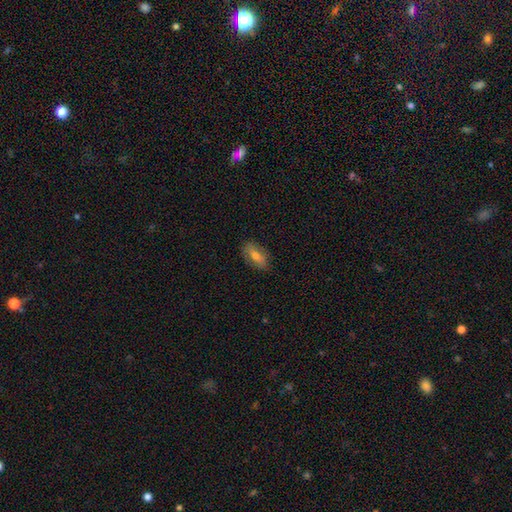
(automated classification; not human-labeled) Q: Smooth or featured?
A: smooth (62%); runner-up: featured or disk (30%)
Q: How rounded?
A: in between (82%); runner-up: cigar-shaped (12%)
Q: Merging?
A: none (83%); runner-up: minor disturbance (13%)